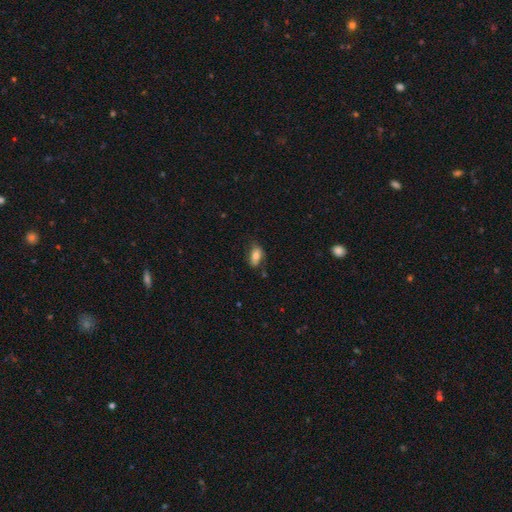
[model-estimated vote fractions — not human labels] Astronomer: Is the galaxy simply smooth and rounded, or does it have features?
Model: smooth — 73%.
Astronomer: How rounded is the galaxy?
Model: in between — 88%.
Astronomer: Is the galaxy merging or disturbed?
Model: none — 65%.